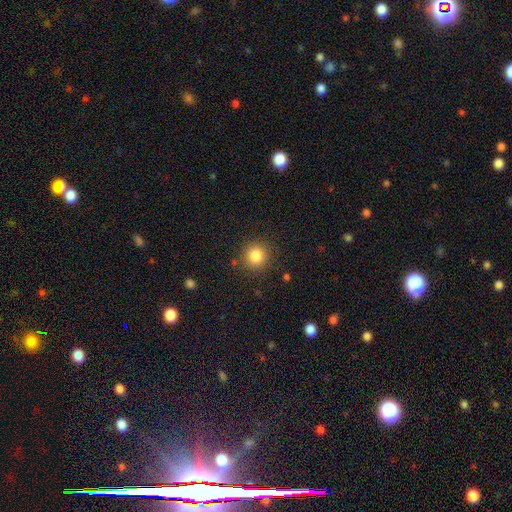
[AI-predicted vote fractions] Smooth or featured: smooth — 83% (star or artifact — 11%)
How rounded: round — 93% (in between — 7%)
Merging: none — 88% (minor disturbance — 8%)